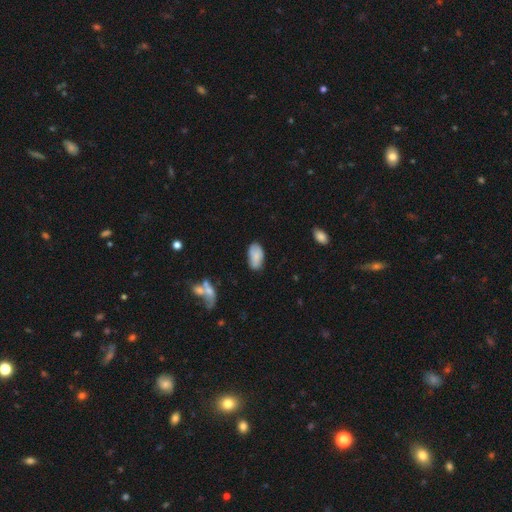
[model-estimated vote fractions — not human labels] Q: Smooth or featured?
A: smooth (79%); runner-up: featured or disk (14%)
Q: How rounded?
A: in between (94%); runner-up: round (3%)
Q: Merging?
A: none (70%); runner-up: minor disturbance (23%)